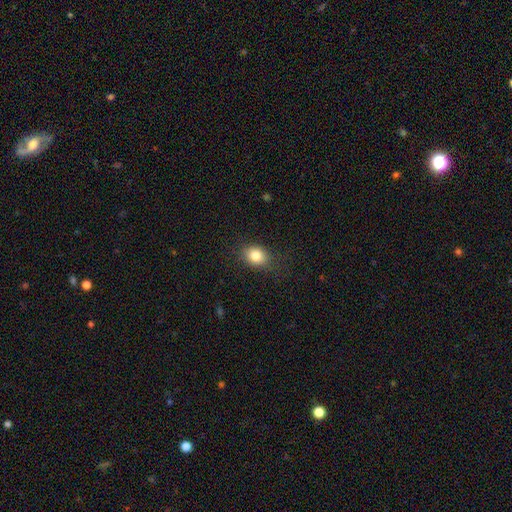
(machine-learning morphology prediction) Overall: smooth (82%). How rounded: in between (52%; round 47%). Merging: none (82%).